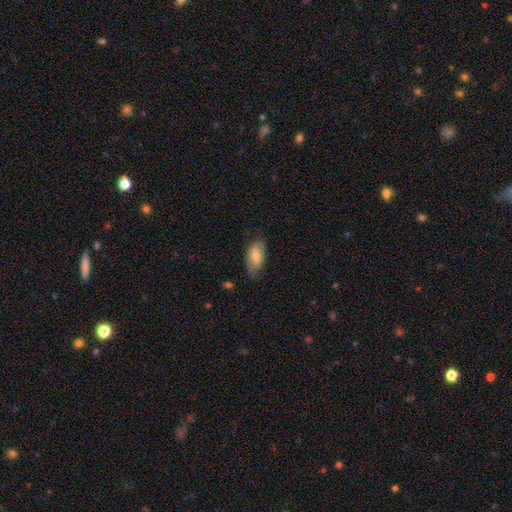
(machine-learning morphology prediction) Smooth or featured? smooth (71%)
How rounded? in between (91%)
Merging? none (70%)